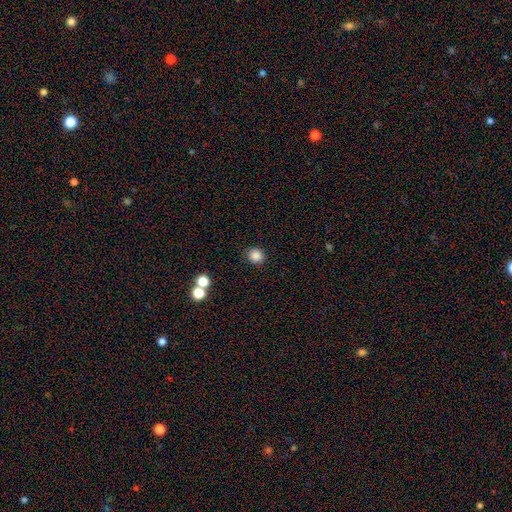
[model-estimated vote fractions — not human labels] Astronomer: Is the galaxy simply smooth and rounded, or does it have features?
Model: smooth — 85%.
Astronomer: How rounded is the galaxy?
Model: round — 85%.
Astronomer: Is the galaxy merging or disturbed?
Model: none — 86%.